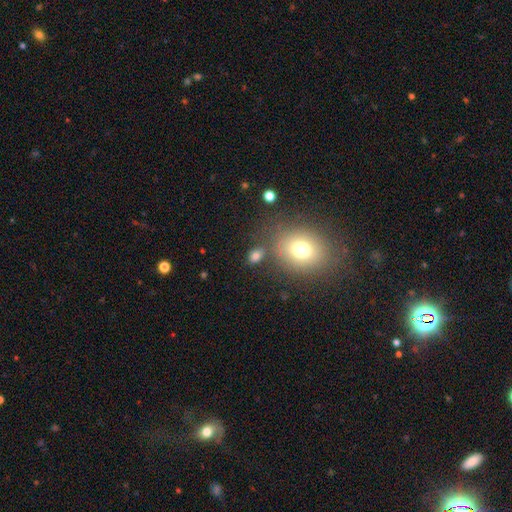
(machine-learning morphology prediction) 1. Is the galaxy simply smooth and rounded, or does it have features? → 76% smooth, 15% star or artifact, 9% featured or disk.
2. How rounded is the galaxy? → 70% in between, 27% round, 3% cigar-shaped.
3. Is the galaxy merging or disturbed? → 72% none, 13% minor disturbance, 9% merger, 6% major disturbance.